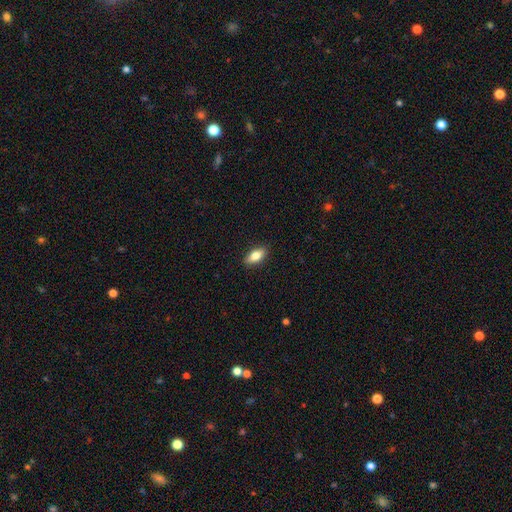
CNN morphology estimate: The model was most divided on "smooth or featured": smooth: 80%, featured or disk: 13%, star or artifact: 7%. More confident: merging — none (89%); how rounded — in between (85%).